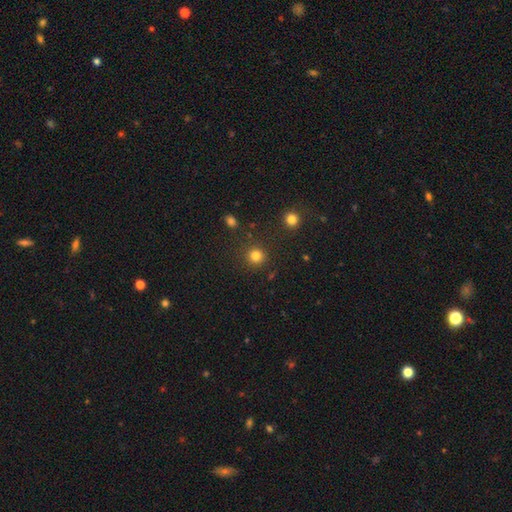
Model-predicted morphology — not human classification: smooth 82%, star or artifact 13%, featured or disk 5%. Down the decision tree: how rounded — round (93%); merging — none (88%).